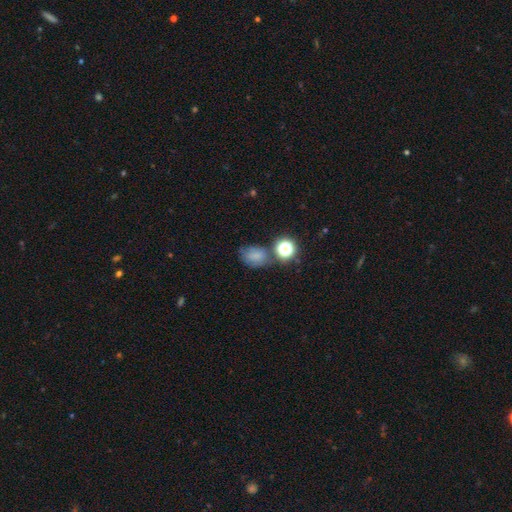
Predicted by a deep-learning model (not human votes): The model was most divided on "how rounded": in between: 64%, round: 35%, cigar-shaped: 1%. More confident: smooth or featured — smooth (70%); merging — none (56%).